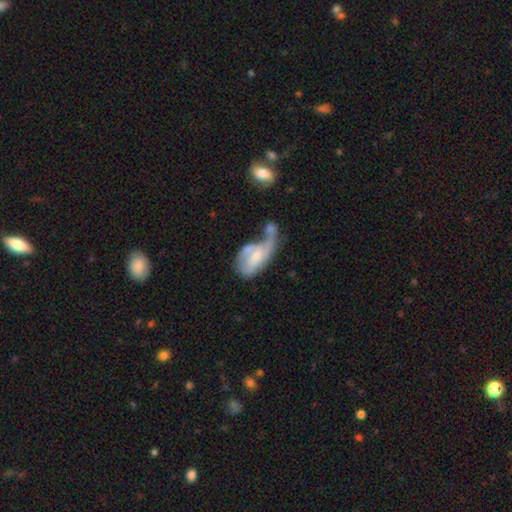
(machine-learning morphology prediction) smooth-or-featured: featured or disk: 56% | smooth: 37% | star or artifact: 7%
  disk-edge-on: no: 93% | yes: 7%
    bar: no: 50% | weak: 37% | strong: 13%
    has-spiral-arms: yes: 63% | no: 37%
    bulge-size: small: 49% | moderate: 31% | none: 14% | large: 4% | dominant: 2%
  merging: major disturbance: 35% (tied) | merger: 35% (tied) | minor disturbance: 15% | none: 14%